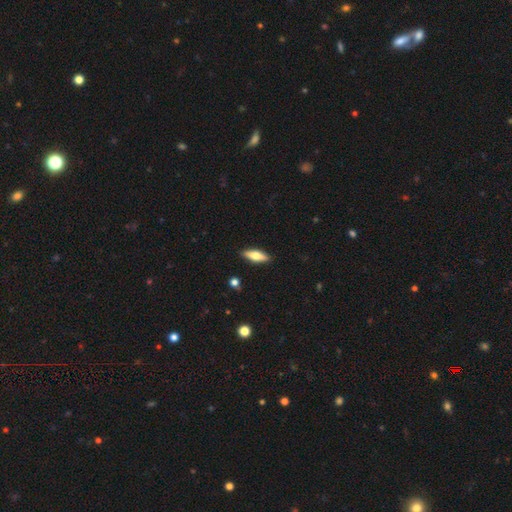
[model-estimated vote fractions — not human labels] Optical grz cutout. It shows a smooth galaxy with no disk features (58%) that is in between round and cigar-shaped (51%). Merging: none (90%).